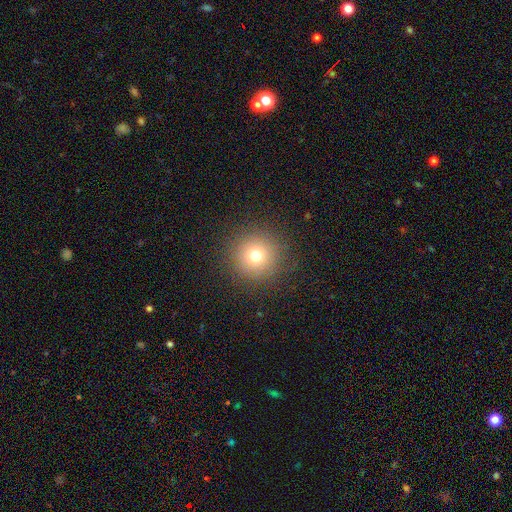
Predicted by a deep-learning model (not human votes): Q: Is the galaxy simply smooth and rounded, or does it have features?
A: smooth — 75%.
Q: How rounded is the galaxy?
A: round — 95%.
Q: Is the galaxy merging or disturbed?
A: none — 91%.